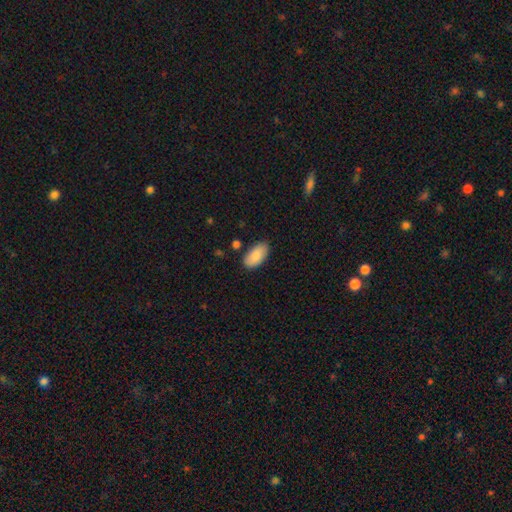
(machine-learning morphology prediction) smooth 87%, featured or disk 7%, star or artifact 6%. Down the decision tree: how rounded — in between (95%); merging — none (81%).